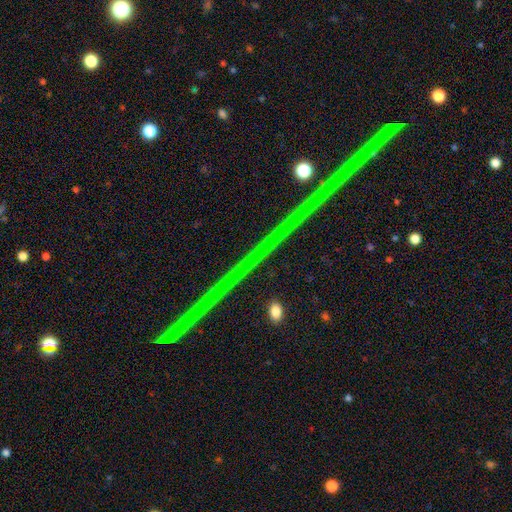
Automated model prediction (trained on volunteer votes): Overall: star or artifact (84%).